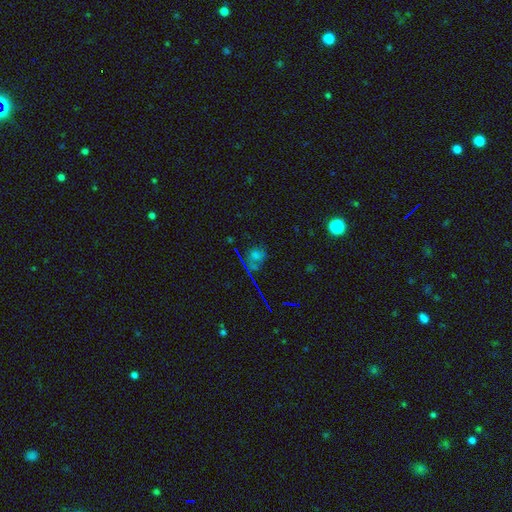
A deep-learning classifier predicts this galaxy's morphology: smooth_or_featured: star or artifact (p=0.45) [alt: smooth p=0.42]